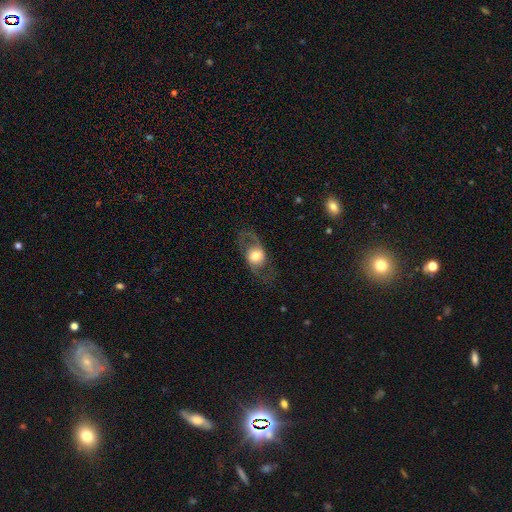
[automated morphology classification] smooth-or-featured: featured or disk: 59% | smooth: 34% | star or artifact: 7%
  disk-edge-on: no: 88% | yes: 12%
    bar: no: 74% | weak: 19% | strong: 7%
    has-spiral-arms: yes: 64% | no: 36%
    bulge-size: moderate: 52% | large: 33% | small: 8% | dominant: 6% | none: 1%
  merging: none: 72% | minor disturbance: 14% | major disturbance: 13% | merger: 1%